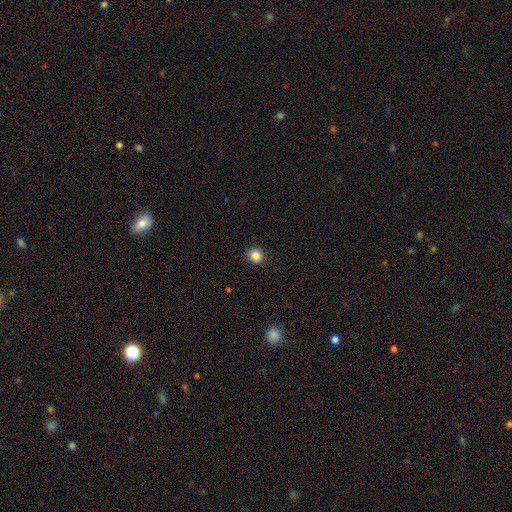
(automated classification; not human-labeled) The model was most divided on "smooth or featured": smooth: 86%, star or artifact: 11%, featured or disk: 3%. More confident: merging — none (90%); how rounded — round (89%).